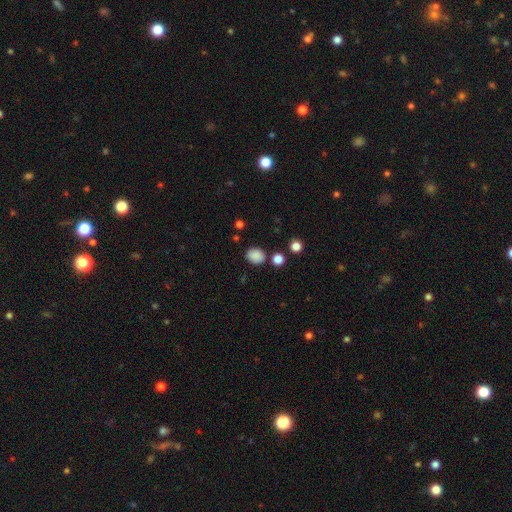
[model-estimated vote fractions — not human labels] This appears to be a smooth galaxy with no disk features (86%) that is round (62%). Merging: none (81%).